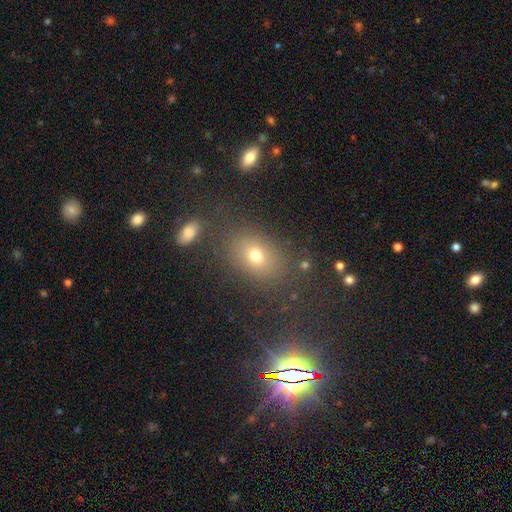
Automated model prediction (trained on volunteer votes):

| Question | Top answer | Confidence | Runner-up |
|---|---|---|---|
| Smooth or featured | smooth | 69% | star or artifact (18%) |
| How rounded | in between | 64% | round (34%) |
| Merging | none | 78% | minor disturbance (11%) |